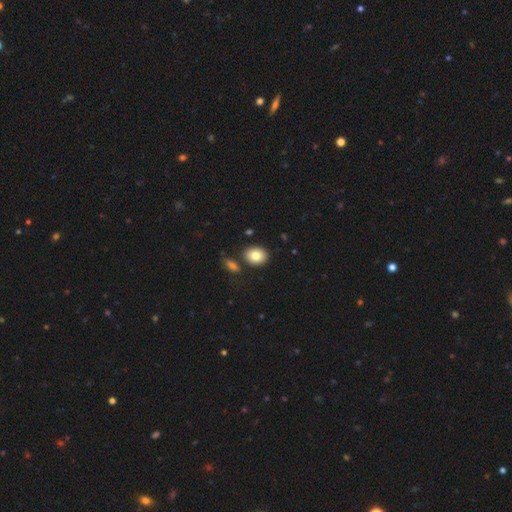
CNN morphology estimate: smooth-or-featured: smooth: 82% | featured or disk: 10% | star or artifact: 8%
  how-rounded: in between: 56% | round: 43% | cigar-shaped: 1%
  merging: none: 80% | minor disturbance: 10% | merger: 7% | major disturbance: 3%